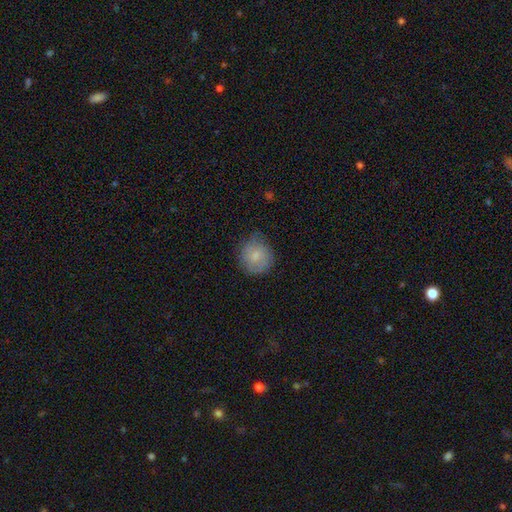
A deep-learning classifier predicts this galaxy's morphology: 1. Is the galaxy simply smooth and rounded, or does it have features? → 77% smooth, 16% featured or disk, 7% star or artifact.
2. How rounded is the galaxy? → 87% round, 12% in between, 1% cigar-shaped.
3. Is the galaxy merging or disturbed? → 66% none, 26% minor disturbance, 7% major disturbance, 1% merger.